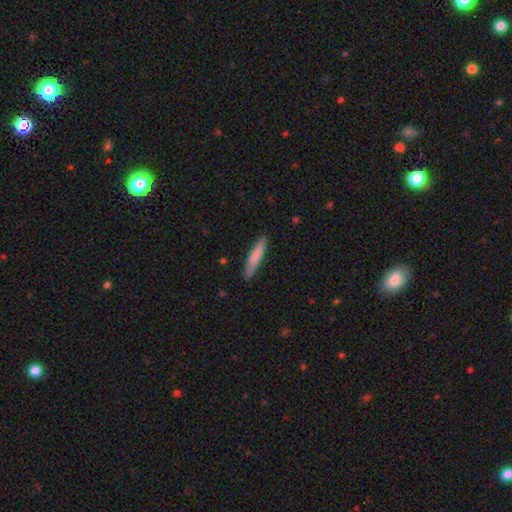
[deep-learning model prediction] Smooth or featured? smooth (79%)
How rounded? cigar-shaped (88%)
Merging? none (88%)